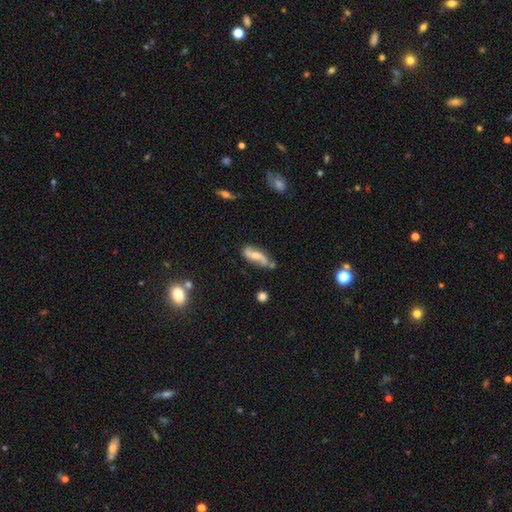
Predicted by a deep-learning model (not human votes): A featured or disk galaxy (69%) with no bar (50%), 2 (90%) loose (64%) spiral arms (92%) and a moderate central bulge (45%). Merging: none (62%).